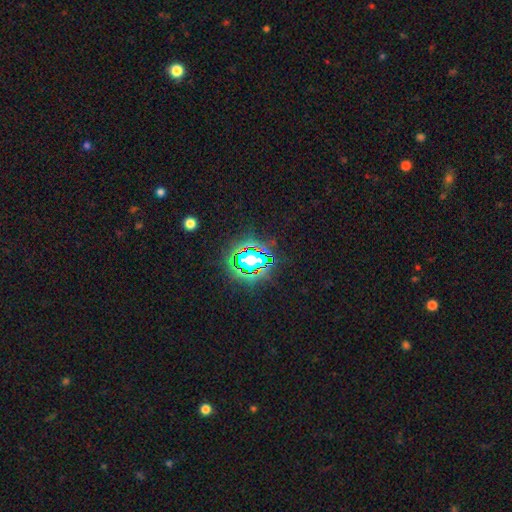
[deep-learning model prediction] Overall: star or artifact (70%).